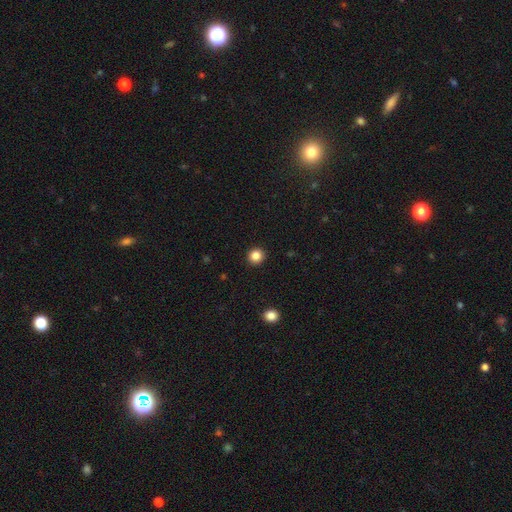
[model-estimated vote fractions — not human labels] smooth-or-featured: smooth: 85% | star or artifact: 11% | featured or disk: 4%
  how-rounded: round: 92% | in between: 8% | cigar-shaped: 1%
  merging: none: 93% | minor disturbance: 5% | major disturbance: 2% | merger: 1%